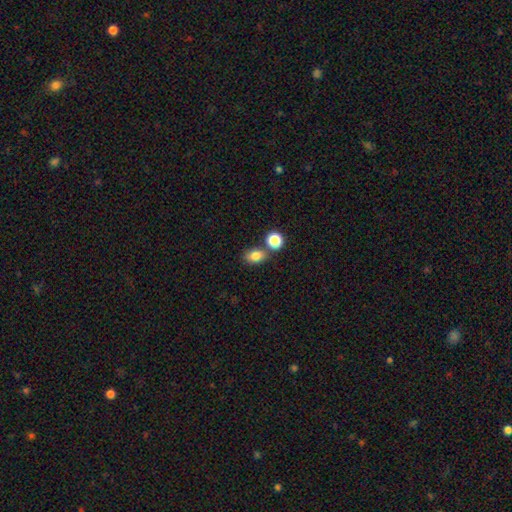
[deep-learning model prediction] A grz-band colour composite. It shows a smooth galaxy with no disk features (81%) that is in between round and cigar-shaped (69%). Merging: none (67%).